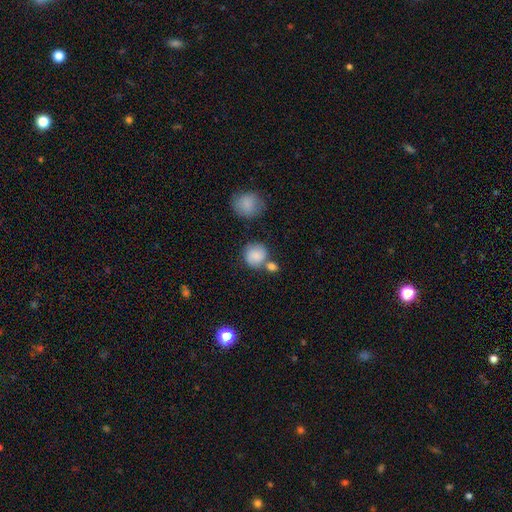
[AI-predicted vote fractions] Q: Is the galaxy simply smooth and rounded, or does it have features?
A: smooth — 78%.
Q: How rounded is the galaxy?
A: round — 86%.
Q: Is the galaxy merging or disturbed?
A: none — 56%.